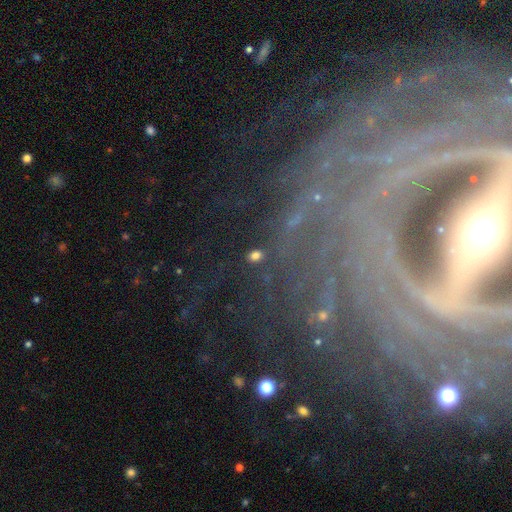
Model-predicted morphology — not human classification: Q: Smooth or featured?
A: smooth (73%); runner-up: star or artifact (19%)
Q: How rounded?
A: in between (62%); runner-up: round (35%)
Q: Merging?
A: none (84%); runner-up: minor disturbance (9%)